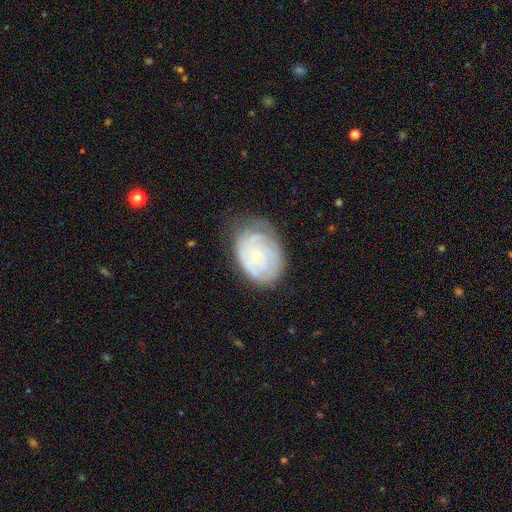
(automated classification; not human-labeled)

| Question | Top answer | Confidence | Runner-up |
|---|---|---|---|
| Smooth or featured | featured or disk | 68% | smooth (24%) |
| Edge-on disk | no | 97% | yes (3%) |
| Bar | no | 76% | weak (20%) |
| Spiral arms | yes | 83% | no (17%) |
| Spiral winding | tight | 72% | medium (21%) |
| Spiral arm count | can't tell | 54% | 2 (18%) |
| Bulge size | small | 77% | moderate (17%) |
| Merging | none | 63% | minor disturbance (26%) |